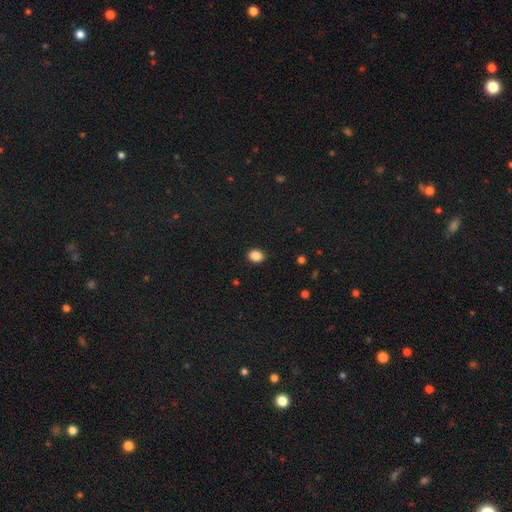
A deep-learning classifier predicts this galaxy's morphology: smooth-or-featured: smooth: 87% | star or artifact: 10% | featured or disk: 4%
  how-rounded: in between: 56% | round: 43% | cigar-shaped: 1%
  merging: none: 90% | minor disturbance: 7% | major disturbance: 2% | merger: 1%